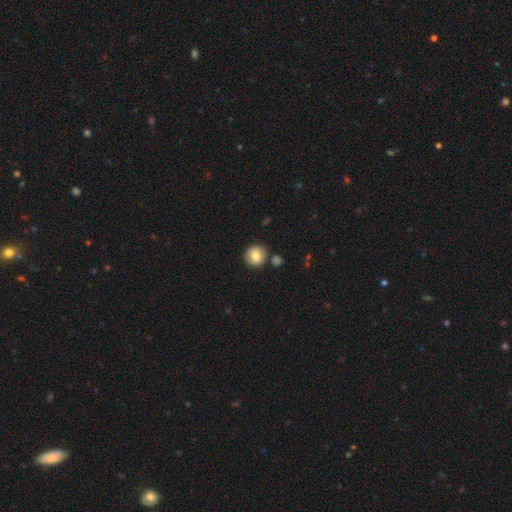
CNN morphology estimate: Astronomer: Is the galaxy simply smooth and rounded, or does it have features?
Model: smooth — 82%.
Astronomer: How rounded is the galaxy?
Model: round — 91%.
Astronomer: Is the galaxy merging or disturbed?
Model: none — 81%.